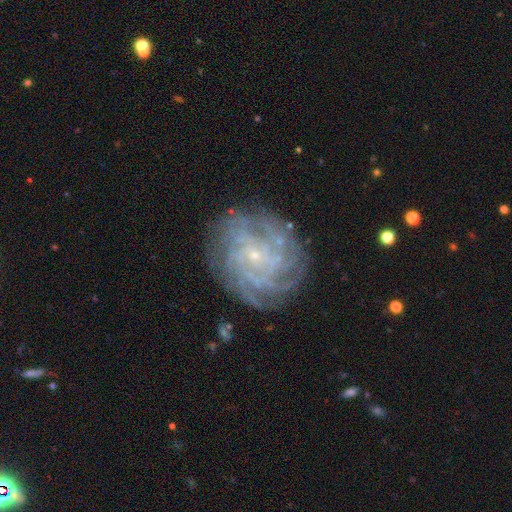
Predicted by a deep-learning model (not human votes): This appears to be a featured or disk galaxy (86%) with no bar (69%), can't tell (26%, tied with more than 4) tight (76%) spiral arms (96%) and a small central bulge (87%). Merging: none (80%).